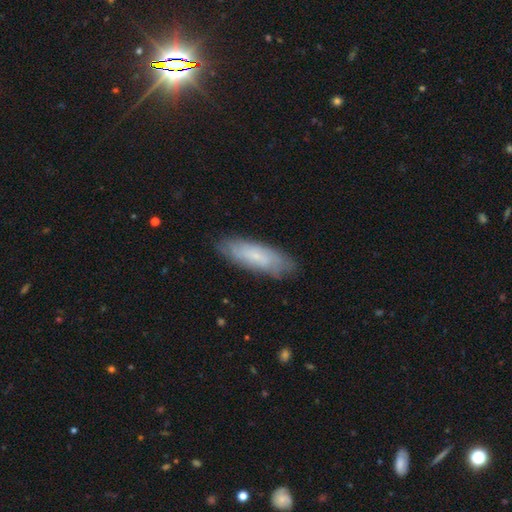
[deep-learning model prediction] Smooth or featured? Predicted: smooth (p=0.54). How rounded? Predicted: in between (p=0.51). Merging? Predicted: none (p=0.82).